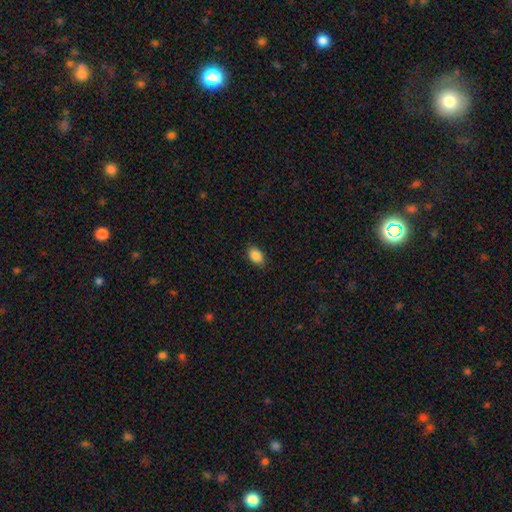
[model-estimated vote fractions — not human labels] smooth_or_featured: smooth (p=0.89) [alt: star or artifact p=0.08]
how_rounded: in between (p=0.89) [alt: round p=0.10]
merging: none (p=0.85) [alt: minor disturbance p=0.11]